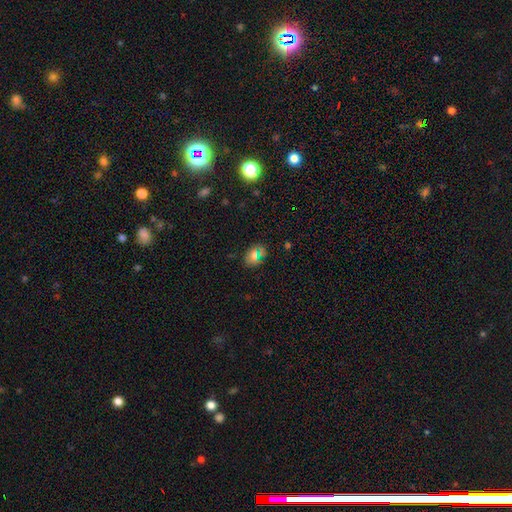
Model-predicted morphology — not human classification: This appears to be a smooth galaxy with no disk features (65%) that is in between round and cigar-shaped (57%). Merging: none (82%).